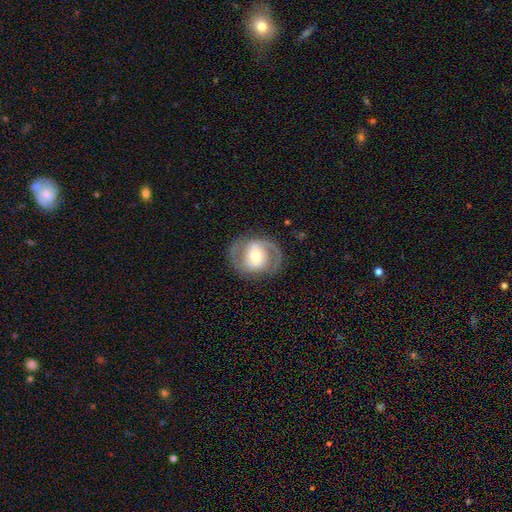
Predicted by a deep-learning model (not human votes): featured or disk 80%, smooth 14%, star or artifact 6%. Down the decision tree: edge-on disk — no (97%); bar — no (41%); spiral arms — yes (89%); spiral arm count — 2 (88%); spiral winding — medium (51%); bulge size — moderate (64%); merging — none (80%).